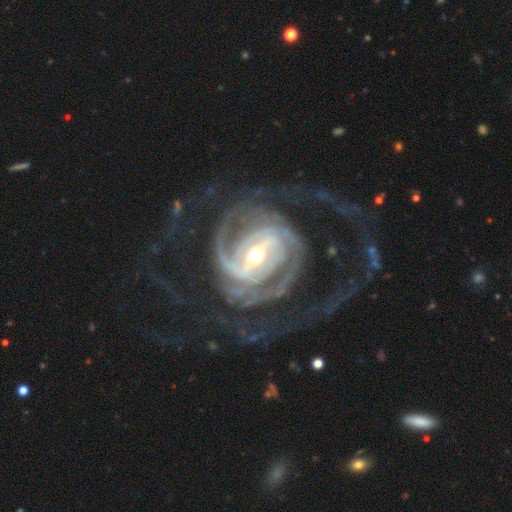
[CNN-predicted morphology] The model was most divided on "spiral winding": tight: 44%, medium: 41%, loose: 15%. Remaining: spiral arms — yes (98%); edge-on disk — no (98%); smooth or featured — featured or disk (94%); bar — strong (60%); merging — none (56%); bulge size — small (55%); spiral arm count — 2 (45%).